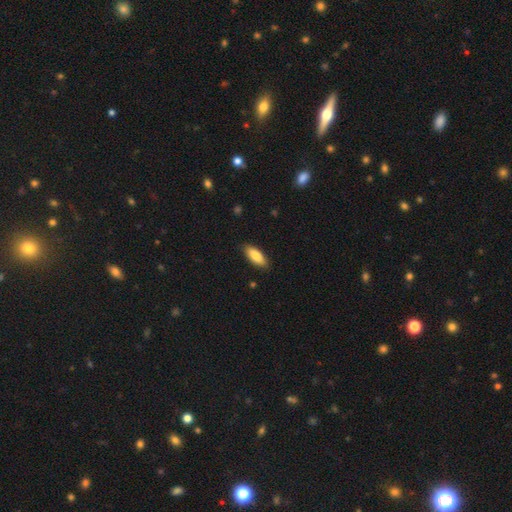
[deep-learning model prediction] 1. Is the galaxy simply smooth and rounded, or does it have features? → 86% smooth, 8% featured or disk, 6% star or artifact.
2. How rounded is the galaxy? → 78% in between, 20% cigar-shaped, 2% round.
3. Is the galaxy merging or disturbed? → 87% none, 10% minor disturbance, 2% major disturbance, 1% merger.